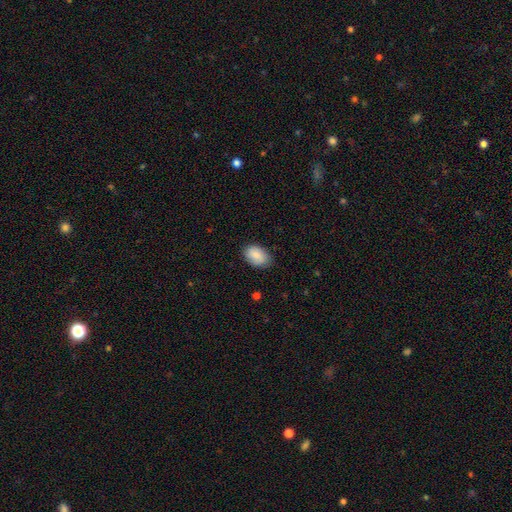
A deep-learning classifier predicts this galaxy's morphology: smooth_or_featured: smooth (p=0.82) [alt: featured or disk p=0.12]
how_rounded: in between (p=0.88) [alt: round p=0.10]
merging: none (p=0.78) [alt: minor disturbance p=0.18]